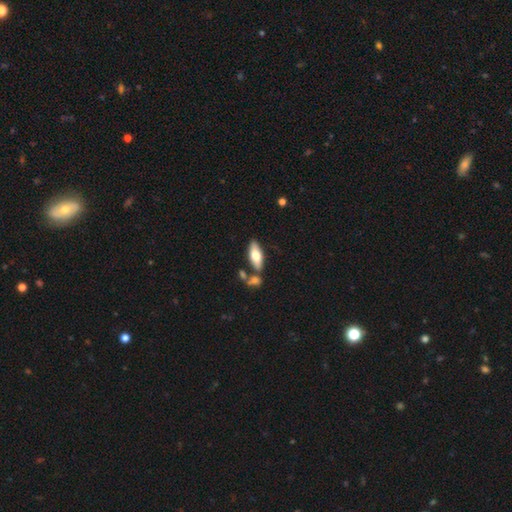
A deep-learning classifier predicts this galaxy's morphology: A smooth galaxy with no disk features (66%) that is in between round and cigar-shaped (73%). Merging: none (69%).